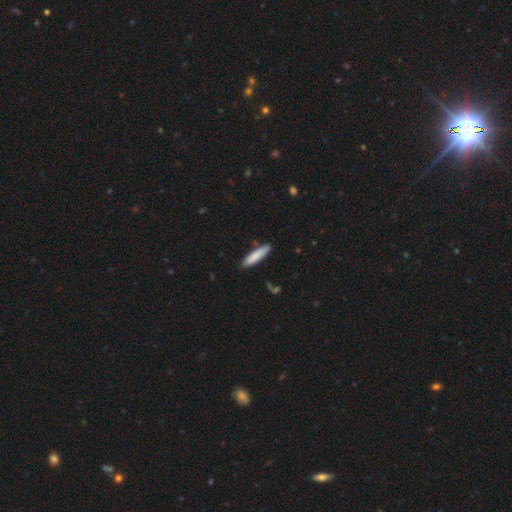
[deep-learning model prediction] Smooth or featured: smooth — 82% (featured or disk — 12%)
How rounded: cigar-shaped — 82% (in between — 17%)
Merging: none — 85% (minor disturbance — 11%)